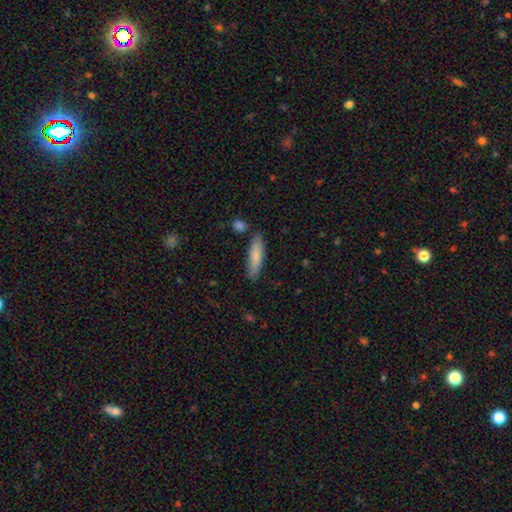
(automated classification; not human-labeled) Smooth or featured?
  - smooth: 81% *
  - featured or disk: 13%
  - star or artifact: 6%
How rounded?
  - cigar-shaped: 73% *
  - in between: 26%
  - round: 1%
Merging?
  - none: 81% *
  - minor disturbance: 13%
  - merger: 4%
  - major disturbance: 2%